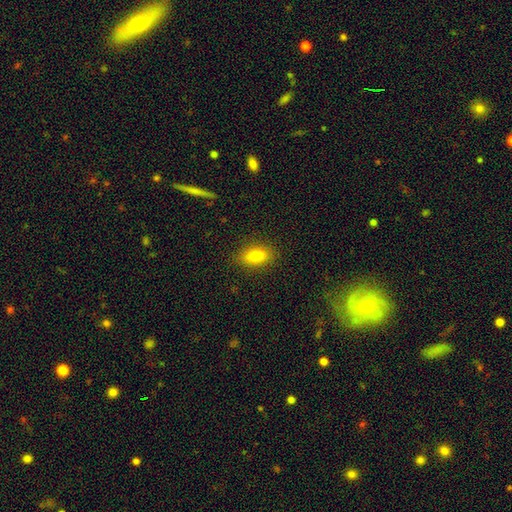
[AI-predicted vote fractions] Morphology: type=smooth (82%); roundness=in between (84%); merging=none (87%).